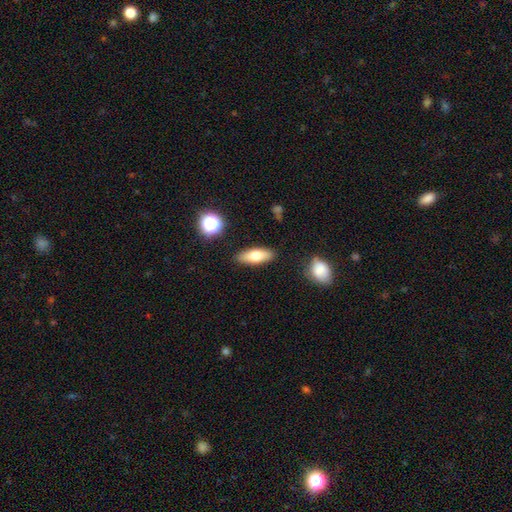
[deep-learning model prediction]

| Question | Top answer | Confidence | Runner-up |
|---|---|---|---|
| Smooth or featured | smooth | 71% | featured or disk (22%) |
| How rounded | in between | 66% | cigar-shaped (31%) |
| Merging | none | 86% | minor disturbance (9%) |